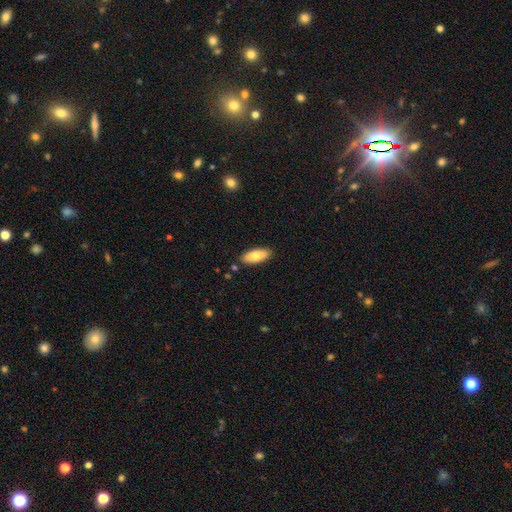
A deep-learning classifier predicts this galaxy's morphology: Overall: smooth (80%). How rounded: in between (79%). Merging: none (87%).